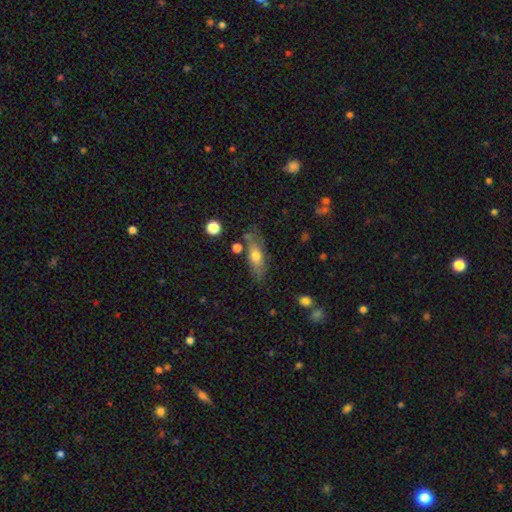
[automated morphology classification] smooth_or_featured: smooth (p=0.61) [alt: featured or disk p=0.31]
how_rounded: in between (p=0.66) [alt: cigar-shaped p=0.29]
merging: none (p=0.68) [alt: minor disturbance p=0.20]